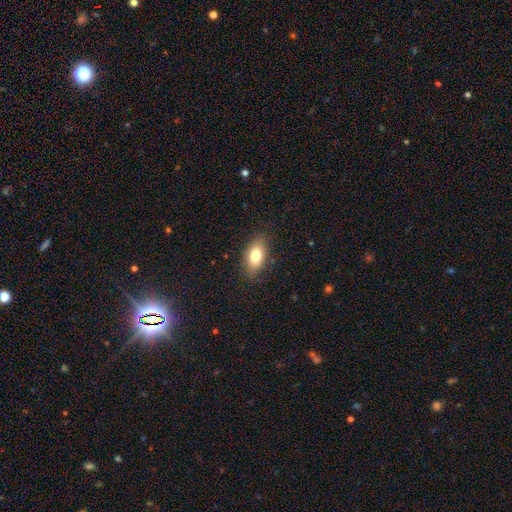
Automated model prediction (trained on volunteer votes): This is likely a smooth galaxy (77%). How rounded: clearly in between (86%). Merging: clearly none (85%).